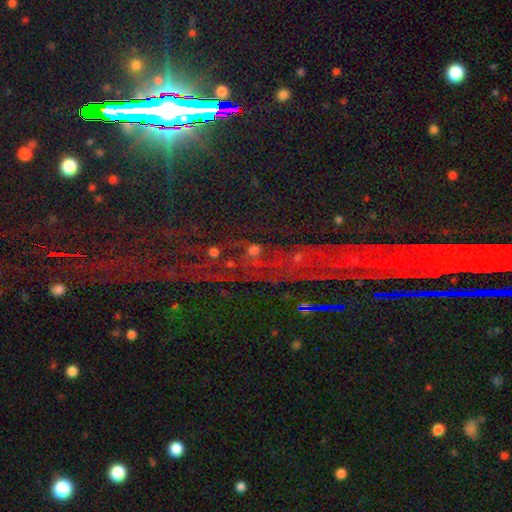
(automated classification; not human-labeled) Morphology: type=star or artifact (80%).